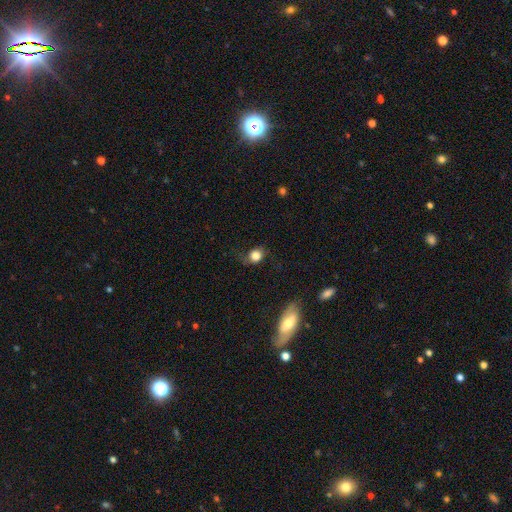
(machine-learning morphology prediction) Q: Smooth or featured?
A: smooth (77%); runner-up: featured or disk (12%)
Q: How rounded?
A: round (66%); runner-up: in between (32%)
Q: Merging?
A: none (52%); runner-up: minor disturbance (25%)